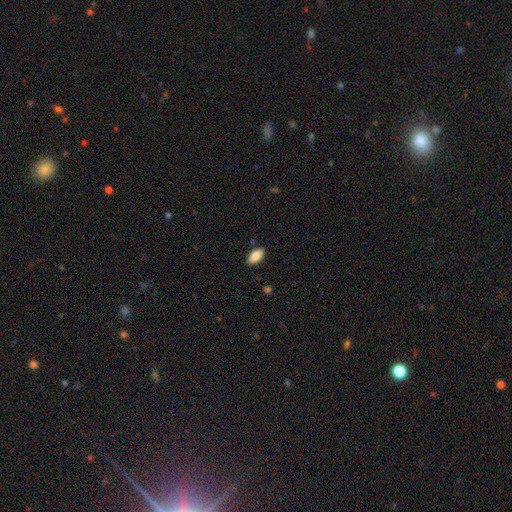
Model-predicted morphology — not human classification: Smooth or featured: smooth — 84% (featured or disk — 10%)
How rounded: in between — 90% (cigar-shaped — 8%)
Merging: none — 87% (minor disturbance — 10%)